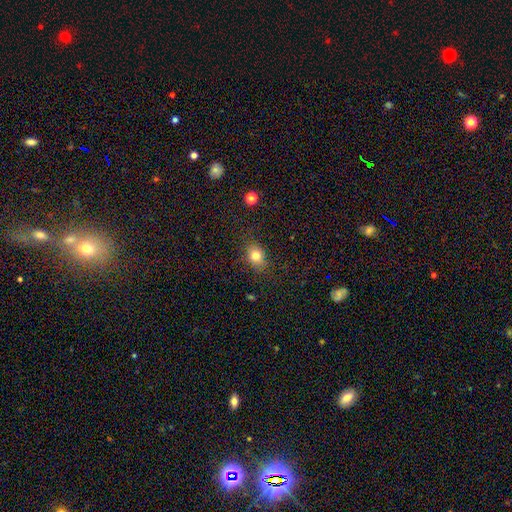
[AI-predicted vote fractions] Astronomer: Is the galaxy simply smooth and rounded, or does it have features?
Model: smooth — 79%.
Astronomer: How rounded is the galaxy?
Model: in between — 57% (runner-up: round, 42%).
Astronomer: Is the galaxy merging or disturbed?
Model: none — 81%.